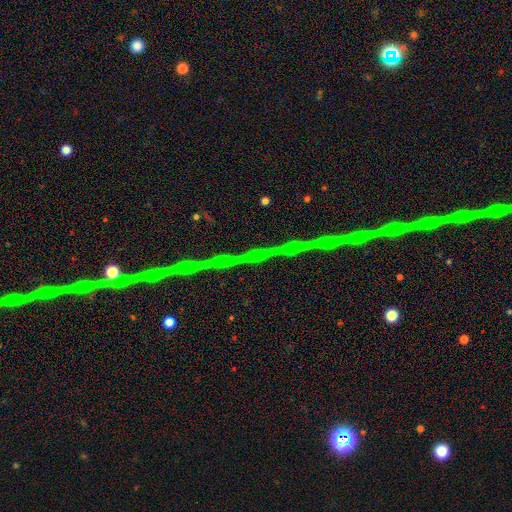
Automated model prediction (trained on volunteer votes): A star or artifact, not a galaxy (71%).

Vote fractions:
- Smooth or featured? star or artifact: 71% / featured or disk: 19% / smooth: 10%